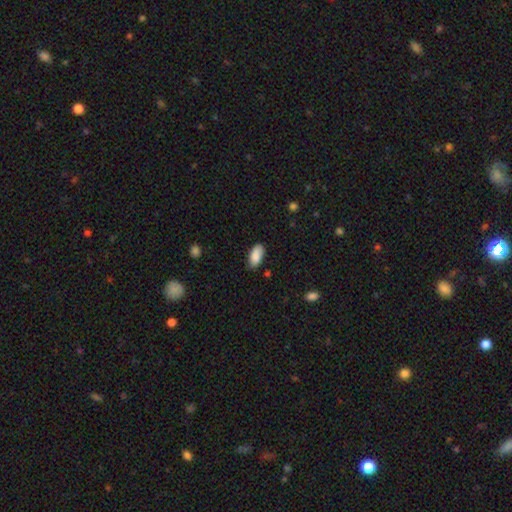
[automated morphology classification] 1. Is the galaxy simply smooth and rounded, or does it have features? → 87% smooth, 7% star or artifact, 6% featured or disk.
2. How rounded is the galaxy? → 93% in between, 4% cigar-shaped, 2% round.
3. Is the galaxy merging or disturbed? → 77% none, 18% minor disturbance, 3% major disturbance, 1% merger.